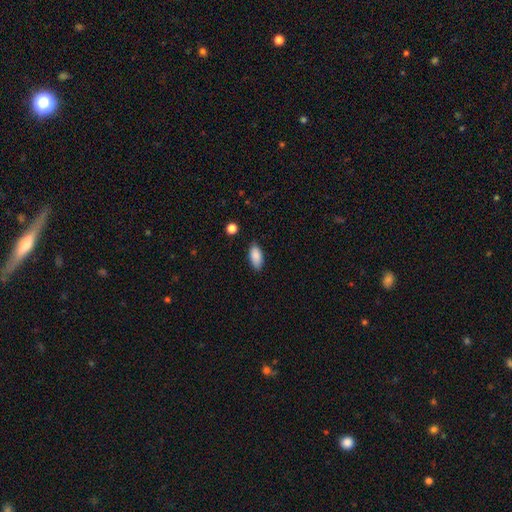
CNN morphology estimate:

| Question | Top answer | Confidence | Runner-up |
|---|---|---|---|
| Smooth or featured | smooth | 89% | star or artifact (7%) |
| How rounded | in between | 89% | cigar-shaped (8%) |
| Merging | none | 84% | minor disturbance (12%) |